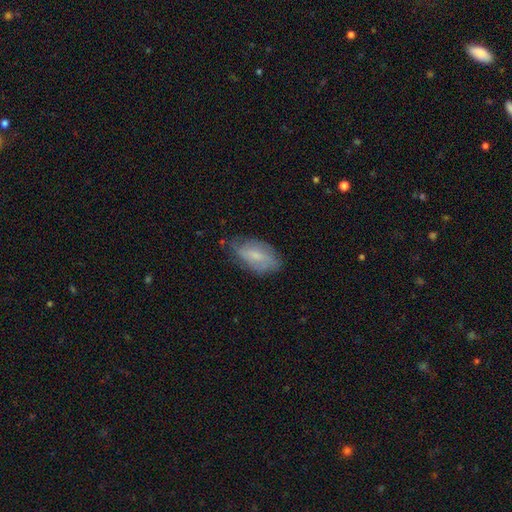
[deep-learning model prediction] A smooth galaxy with no disk features (51%) that is in between round and cigar-shaped (90%).

Vote fractions:
- Smooth or featured? smooth: 51% / featured or disk: 42% / star or artifact: 8%
- How rounded? in between: 90% / cigar-shaped: 6% / round: 4%
- Merging? none: 62% / minor disturbance: 29% / major disturbance: 7% / merger: 1%